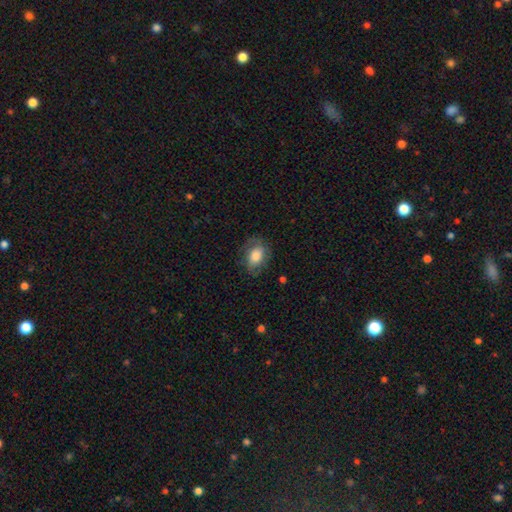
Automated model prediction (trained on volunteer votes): Overall: smooth (67%). How rounded: in between (78%). Merging: none (70%).